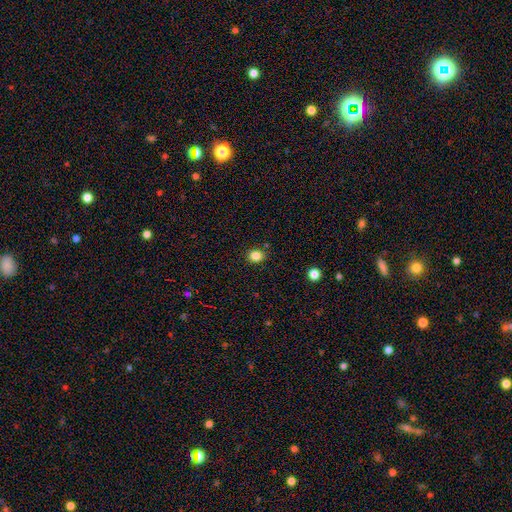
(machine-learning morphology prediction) The model was most divided on "how rounded": round: 73%, in between: 26%, cigar-shaped: 1%. More confident: merging — none (87%); smooth or featured — smooth (84%).